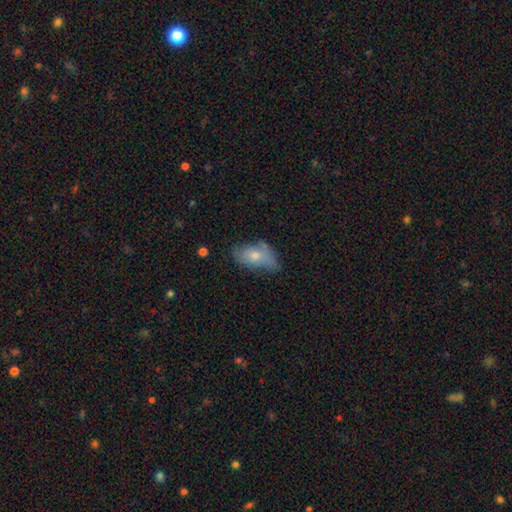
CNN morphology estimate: Smooth or featured? Predicted: smooth (p=0.67). How rounded? Predicted: in between (p=0.91). Merging? Predicted: none (p=0.45).